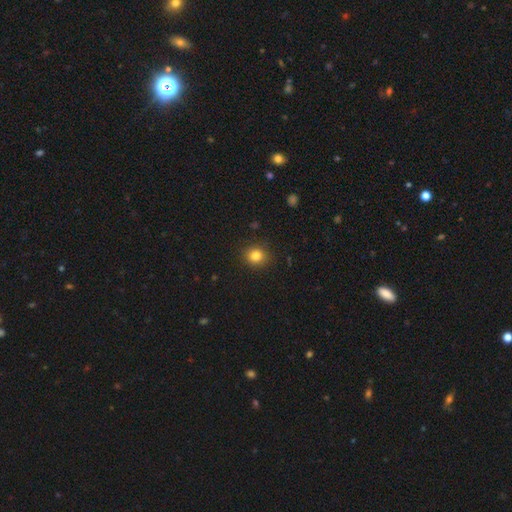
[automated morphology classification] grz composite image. It shows a smooth galaxy with no disk features (83%) that is round (82%). Merging: none (89%).